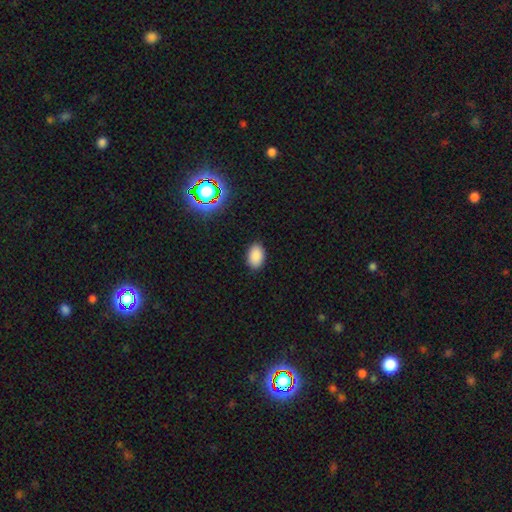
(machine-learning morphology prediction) Smooth or featured: smooth — 87% (star or artifact — 10%)
How rounded: in between — 89% (round — 10%)
Merging: none — 88% (minor disturbance — 8%)